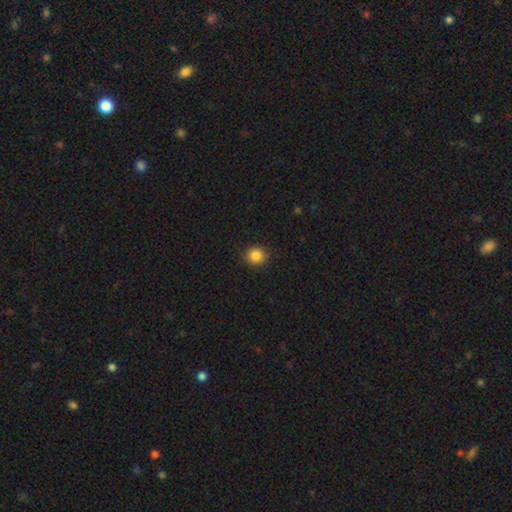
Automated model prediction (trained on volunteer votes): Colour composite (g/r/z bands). It shows a smooth galaxy with no disk features (86%) that is round (87%). Merging: none (90%).